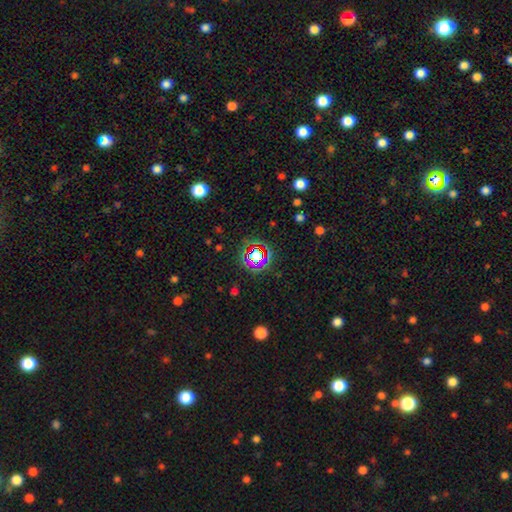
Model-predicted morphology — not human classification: This appears to be a star or artifact, not a galaxy (61%).